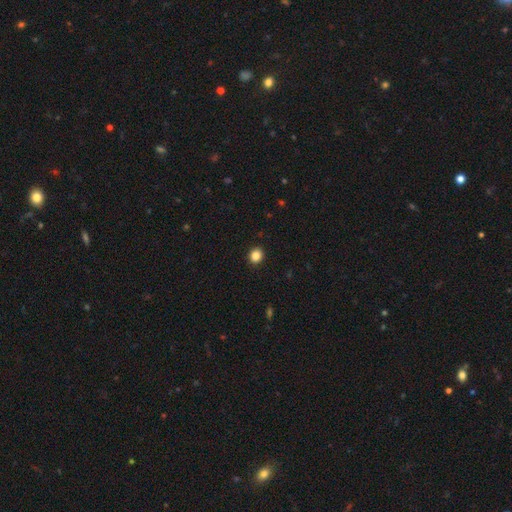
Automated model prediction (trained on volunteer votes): Smooth or featured: smooth — 85% (star or artifact — 11%)
How rounded: round — 81% (in between — 18%)
Merging: none — 92% (minor disturbance — 5%)